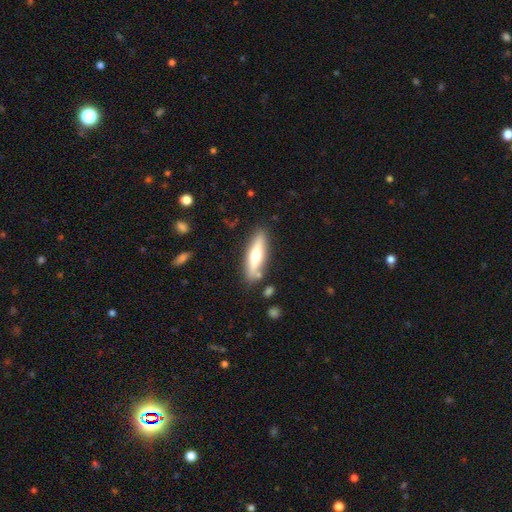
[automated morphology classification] Smooth or featured?
  - smooth: 49% *
  - featured or disk: 45%
  - star or artifact: 5%
Merging?
  - none: 83% *
  - minor disturbance: 11%
  - merger: 4%
  - major disturbance: 2%